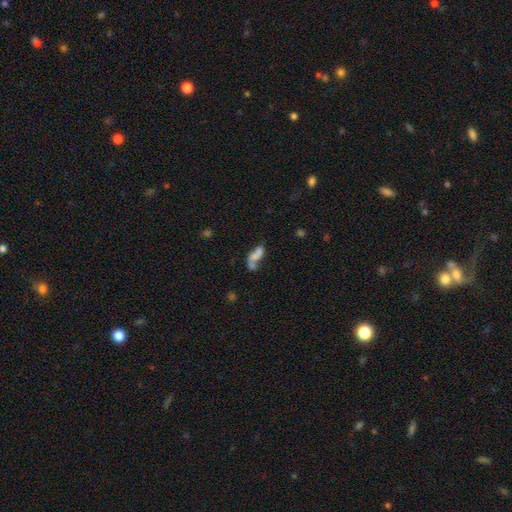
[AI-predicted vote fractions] This is possibly a smooth galaxy (49%). Merging: possibly merger (47%).